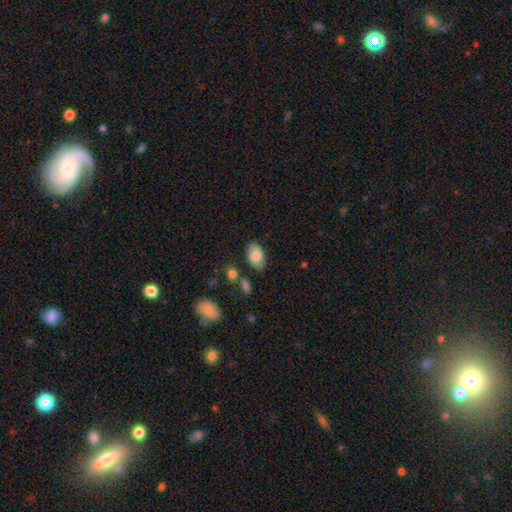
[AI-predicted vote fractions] Smooth or featured? smooth (78%)
How rounded? in between (92%)
Merging? none (79%)